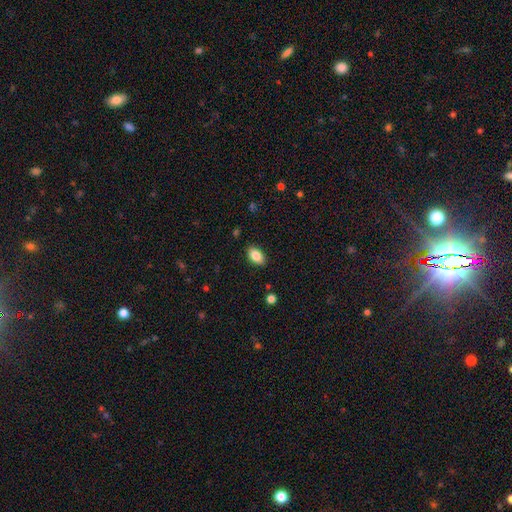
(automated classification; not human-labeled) Smooth or featured?
  - smooth: 85% *
  - star or artifact: 8%
  - featured or disk: 7%
How rounded?
  - in between: 92% *
  - round: 6%
  - cigar-shaped: 3%
Merging?
  - none: 87% *
  - minor disturbance: 9%
  - major disturbance: 2%
  - merger: 1%